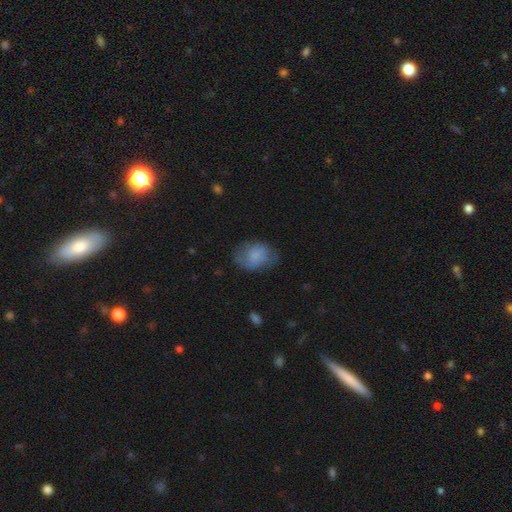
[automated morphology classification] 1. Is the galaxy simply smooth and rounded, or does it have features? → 68% smooth, 24% featured or disk, 8% star or artifact.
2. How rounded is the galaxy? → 70% in between, 29% round, 1% cigar-shaped.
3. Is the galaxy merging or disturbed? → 64% none, 25% minor disturbance, 10% major disturbance, 1% merger.